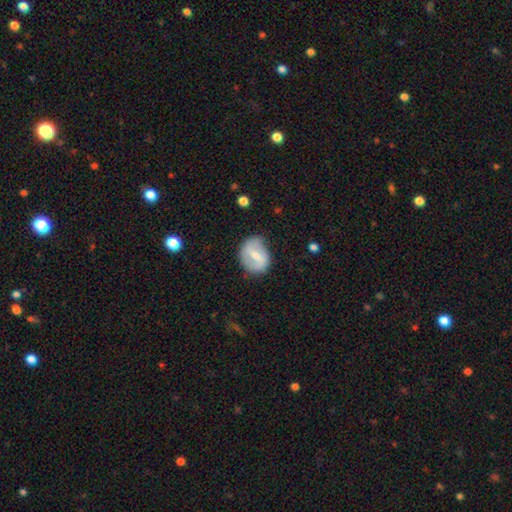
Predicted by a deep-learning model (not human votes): Overall: featured or disk (51%; smooth 43%). Edge-on disk: no (95%). Merging: none (69%).